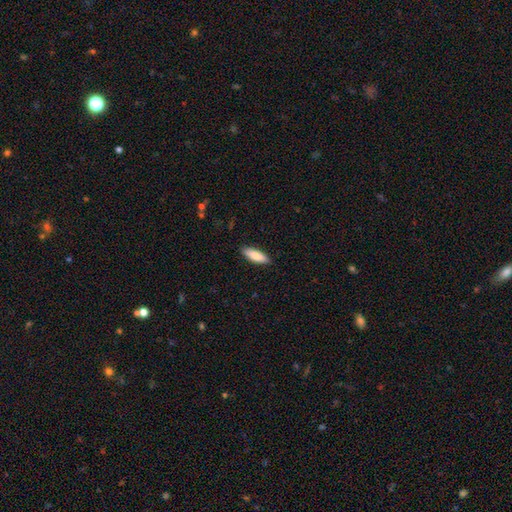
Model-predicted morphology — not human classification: smooth 83%, featured or disk 12%, star or artifact 6%. Down the decision tree: how rounded — in between (56%); merging — none (89%).